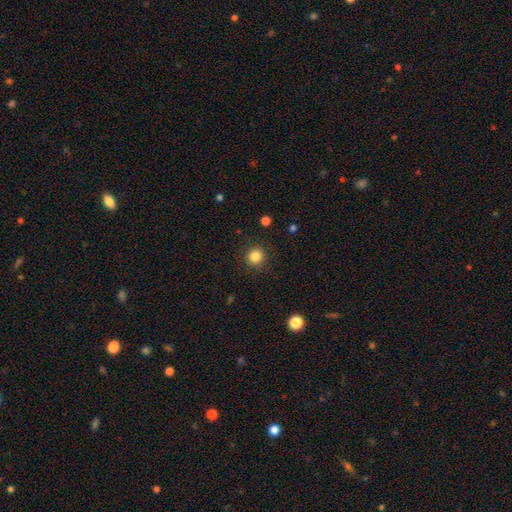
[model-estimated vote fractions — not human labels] smooth 84%, star or artifact 11%, featured or disk 5%. Down the decision tree: how rounded — round (93%); merging — none (89%).